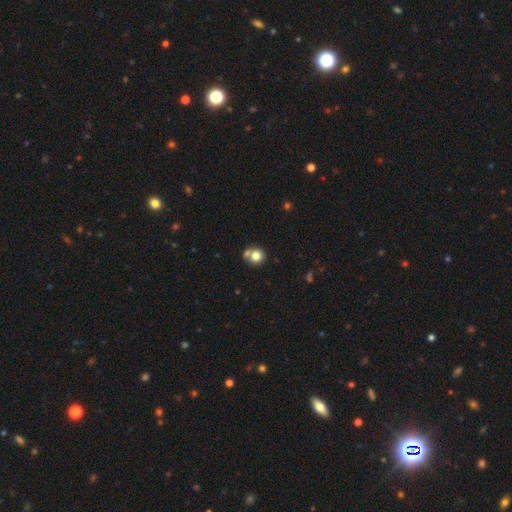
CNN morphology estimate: Q: Smooth or featured?
A: smooth (79%); runner-up: featured or disk (11%)
Q: How rounded?
A: round (87%); runner-up: in between (12%)
Q: Merging?
A: none (58%); runner-up: merger (29%)